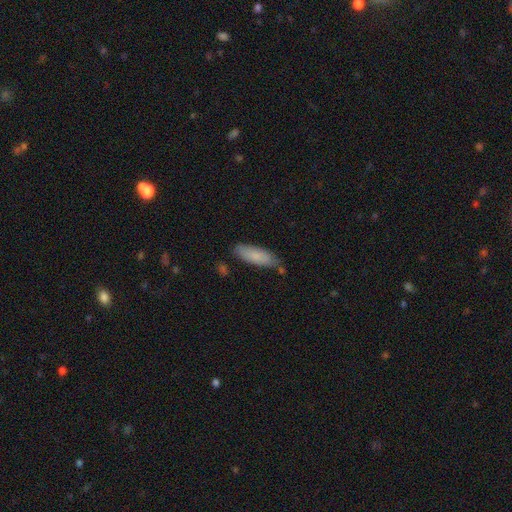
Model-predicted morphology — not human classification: This appears to be a smooth galaxy with no disk features (82%) that is in between round and cigar-shaped (55%). Merging: none (74%).